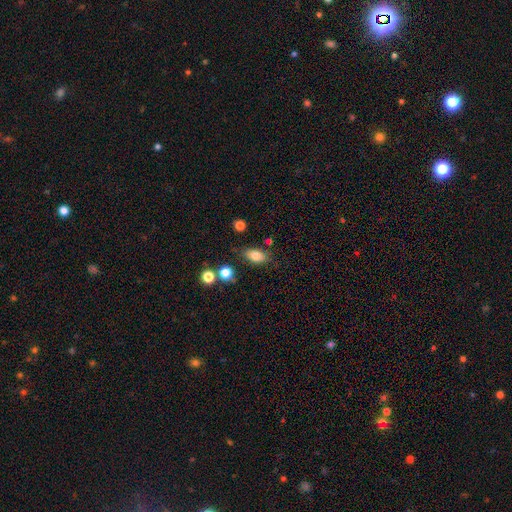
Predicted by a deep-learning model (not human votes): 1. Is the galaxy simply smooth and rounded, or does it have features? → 81% smooth, 10% featured or disk, 10% star or artifact.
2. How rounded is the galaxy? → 85% in between, 12% round, 3% cigar-shaped.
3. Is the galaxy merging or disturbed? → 76% none, 15% minor disturbance, 5% merger, 4% major disturbance.